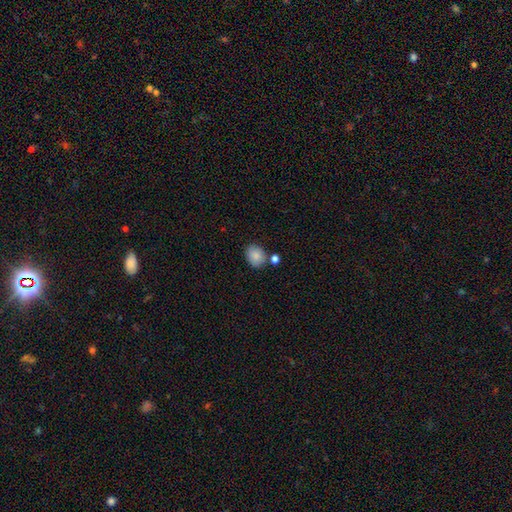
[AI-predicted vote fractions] Smooth or featured? smooth (86%)
How rounded? in between (57%)
Merging? none (72%)